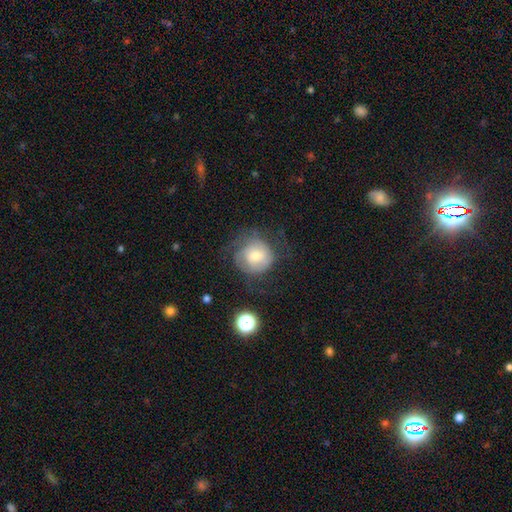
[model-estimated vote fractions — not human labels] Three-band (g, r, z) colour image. It shows a featured or disk galaxy (46%). Merging: none (54%).